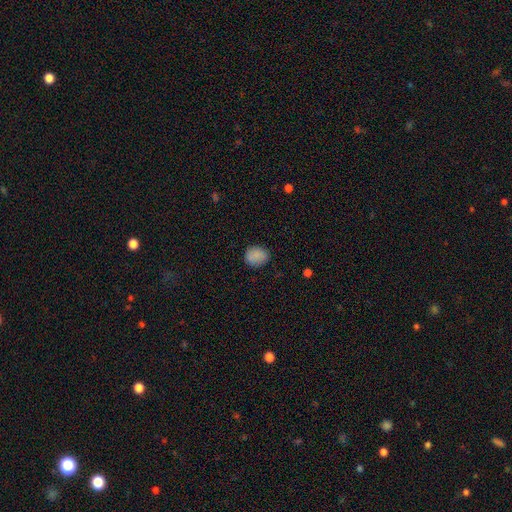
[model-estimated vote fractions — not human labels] Smooth or featured?
  - smooth: 87% *
  - star or artifact: 9%
  - featured or disk: 5%
How rounded?
  - round: 57% *
  - in between: 42%
  - cigar-shaped: 1%
Merging?
  - none: 84% *
  - minor disturbance: 12%
  - major disturbance: 3%
  - merger: 1%